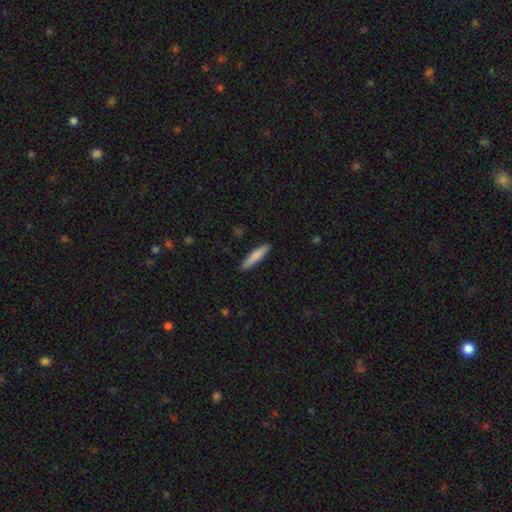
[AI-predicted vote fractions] A smooth galaxy with no disk features (75%) that is cigar-shaped (89%). Merging: none (89%).